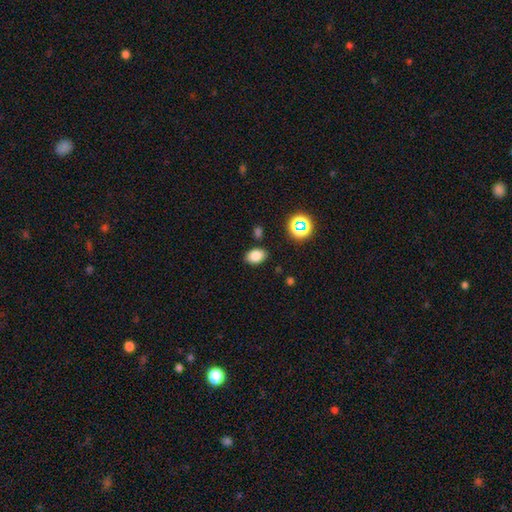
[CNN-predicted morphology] This appears to be a smooth galaxy with no disk features (80%) that is in between round and cigar-shaped (81%). Merging: none (84%).